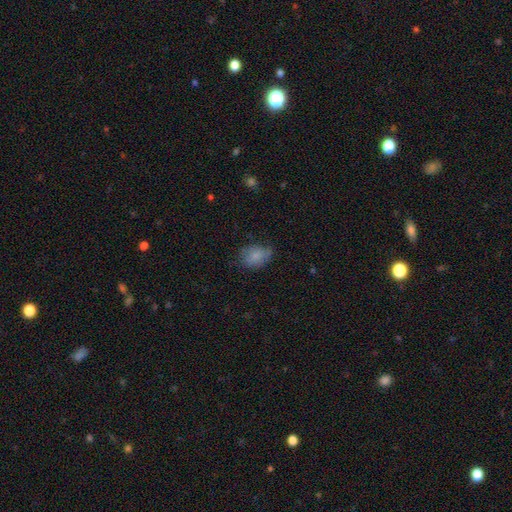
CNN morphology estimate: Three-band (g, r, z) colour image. It shows a smooth galaxy with no disk features (80%) that is in between round and cigar-shaped (76%). Merging: none (58%).